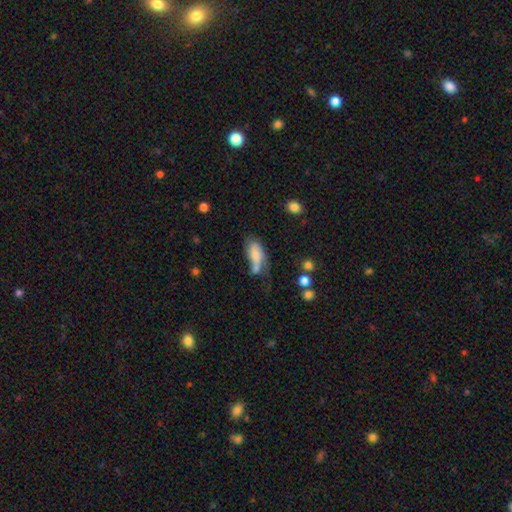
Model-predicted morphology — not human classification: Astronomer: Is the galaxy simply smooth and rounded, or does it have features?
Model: smooth — 69%.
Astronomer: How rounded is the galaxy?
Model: in between — 81%.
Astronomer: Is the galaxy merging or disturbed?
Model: none — 29% (runner-up: merger, 25%).